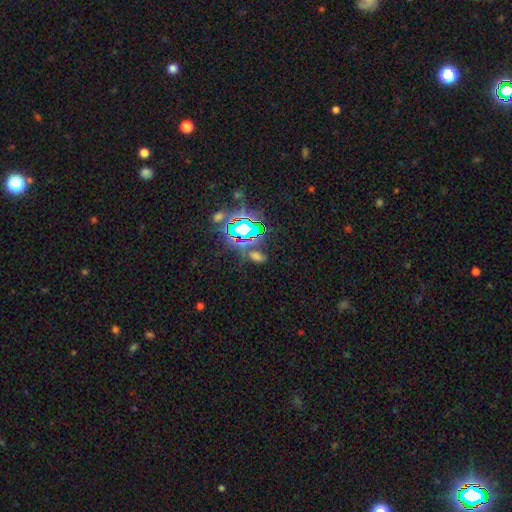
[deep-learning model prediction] Morphology: type=star or artifact (49%).